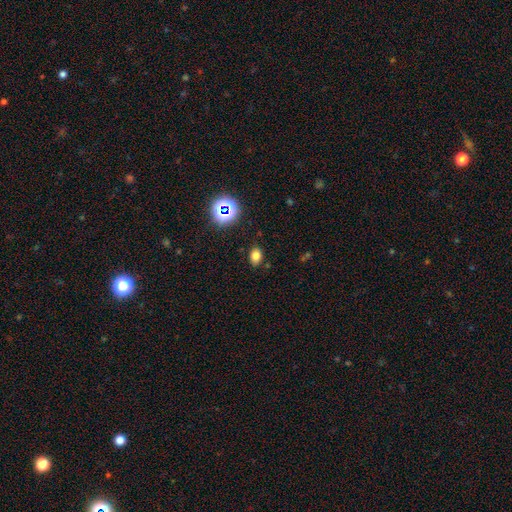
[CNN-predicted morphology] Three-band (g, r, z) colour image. It shows a smooth galaxy with no disk features (74%) that is in between round and cigar-shaped (76%). Merging: none (85%).